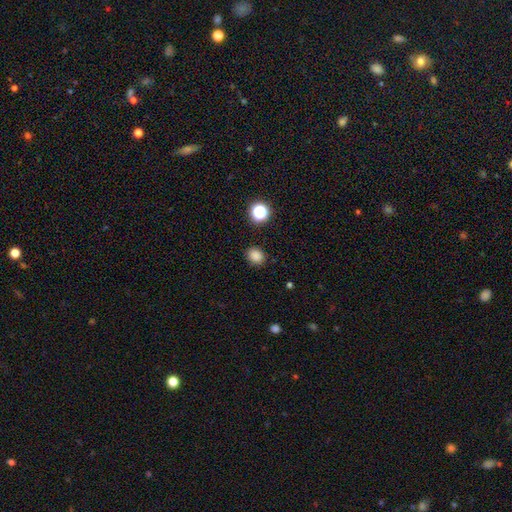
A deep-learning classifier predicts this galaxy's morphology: type=smooth (83%); roundness=round (61%); merging=none (86%).